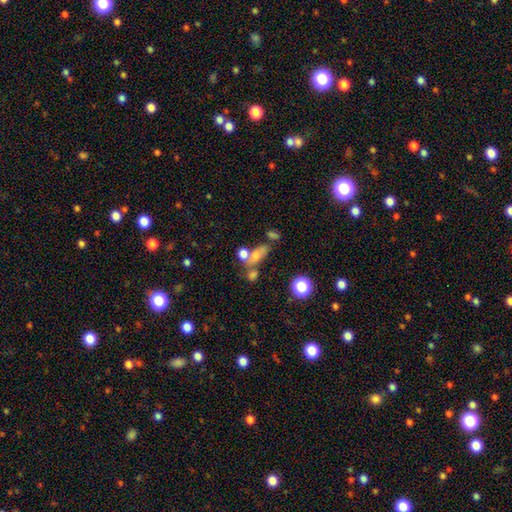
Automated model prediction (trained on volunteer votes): Overall: smooth (66%). How rounded: in between (58%; round 27%). Merging: none (40%; merger 36%).